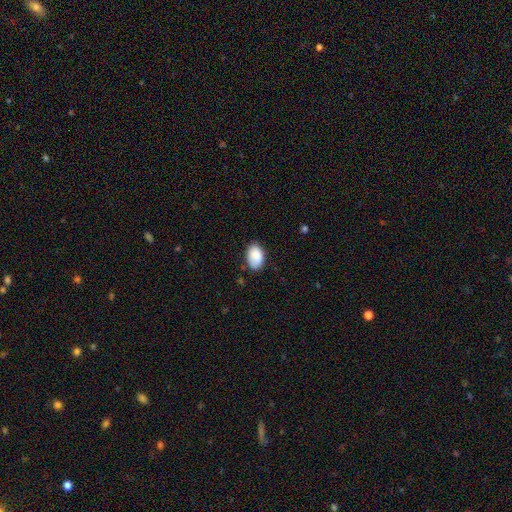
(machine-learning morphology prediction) Overall: smooth (86%). How rounded: in between (90%). Merging: none (72%).